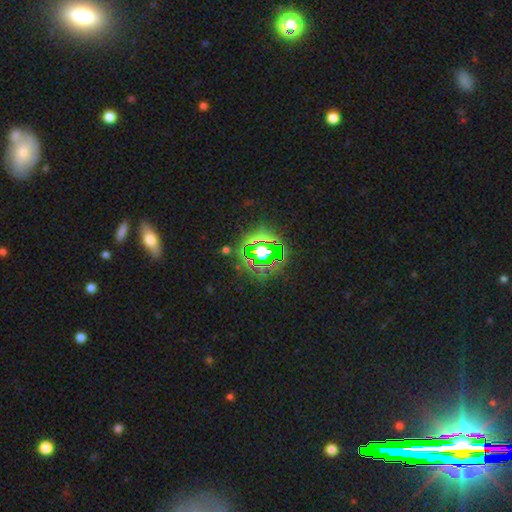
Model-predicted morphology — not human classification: The model was most divided on "smooth or featured": star or artifact: 78%, smooth: 13%, featured or disk: 9%.